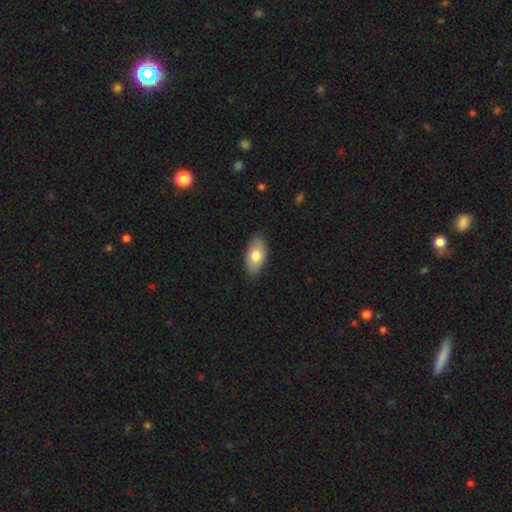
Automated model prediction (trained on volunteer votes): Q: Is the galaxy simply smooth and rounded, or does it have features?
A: smooth — 74%.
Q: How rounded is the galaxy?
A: in between — 92%.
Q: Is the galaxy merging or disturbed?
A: none — 84%.